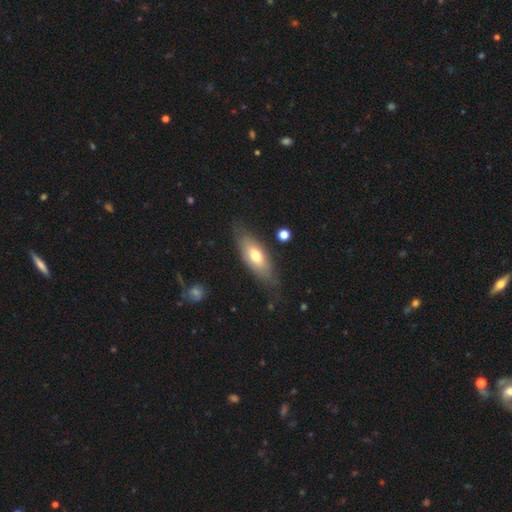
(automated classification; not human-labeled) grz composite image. It shows a smooth galaxy with no disk features (64%) that is in between round and cigar-shaped (75%). Merging: none (76%).